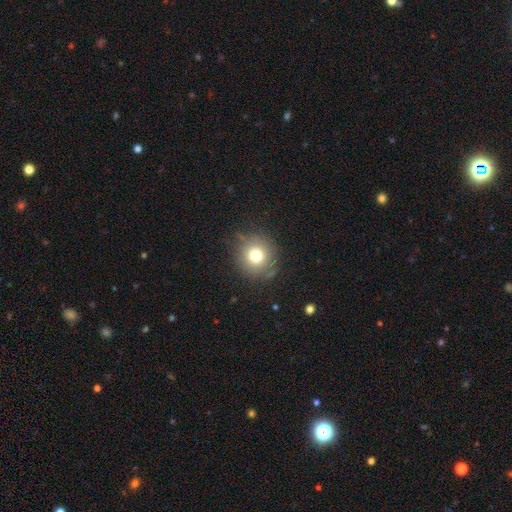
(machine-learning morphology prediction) The model was most divided on "smooth or featured": smooth: 75%, star or artifact: 13%, featured or disk: 12%. More confident: how rounded — round (90%); merging — none (82%).